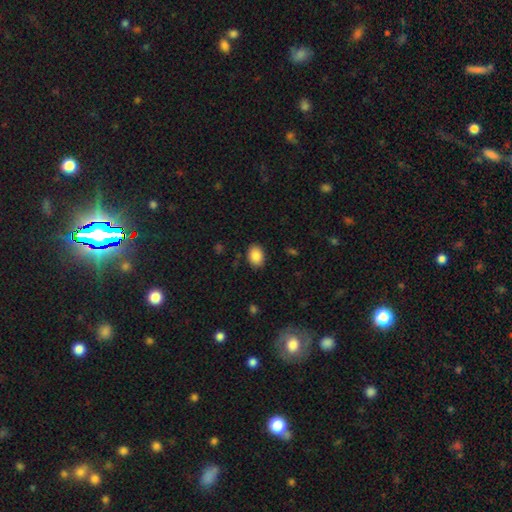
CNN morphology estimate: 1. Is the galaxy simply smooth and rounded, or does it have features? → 88% smooth, 8% star or artifact, 5% featured or disk.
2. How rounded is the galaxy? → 74% in between, 25% round, 1% cigar-shaped.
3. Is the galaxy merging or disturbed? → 87% none, 9% minor disturbance, 2% major disturbance, 1% merger.